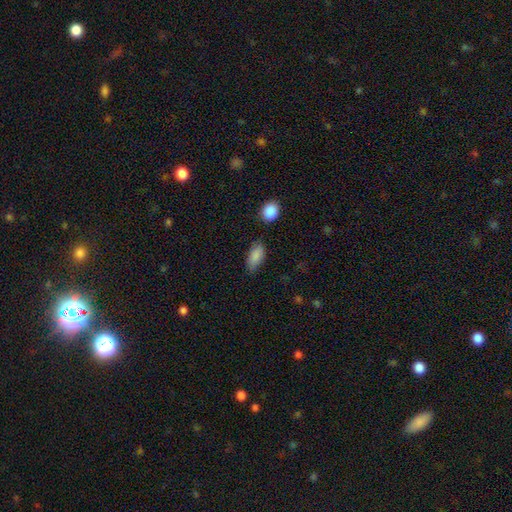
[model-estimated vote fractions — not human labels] Morphology: type=smooth (86%); roundness=in between (89%); merging=none (72%).